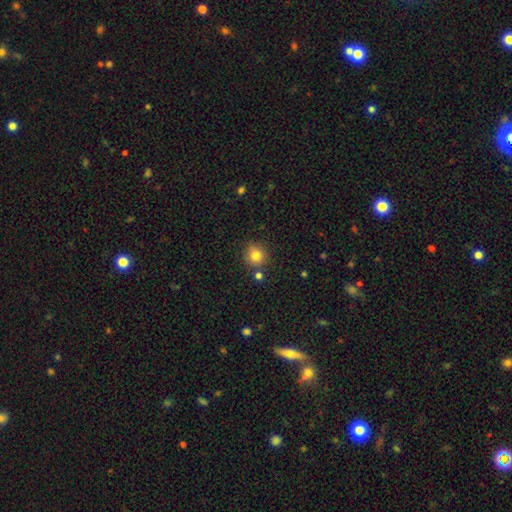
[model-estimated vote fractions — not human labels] A smooth galaxy with no disk features (82%) that is round (89%). Merging: none (79%).